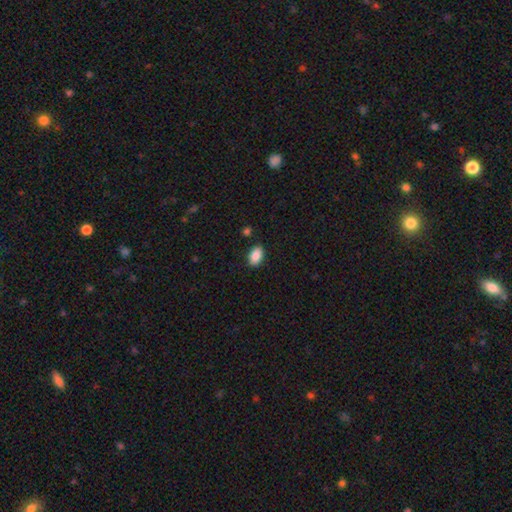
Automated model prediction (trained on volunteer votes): The model was most divided on "merging": none: 87%, minor disturbance: 9%, major disturbance: 2%, merger: 2%. More confident: how rounded — in between (91%); smooth or featured — smooth (88%).